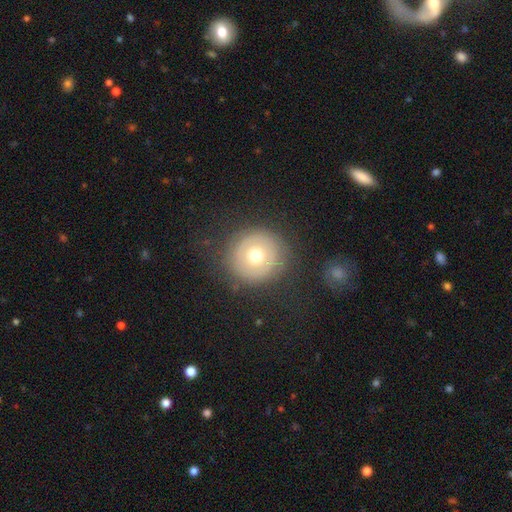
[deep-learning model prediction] Smooth or featured?
  - smooth: 52% *
  - featured or disk: 40%
  - star or artifact: 9%
How rounded?
  - round: 93% *
  - in between: 7%
  - cigar-shaped: 1%
Merging?
  - none: 81% *
  - minor disturbance: 11%
  - major disturbance: 6%
  - merger: 2%